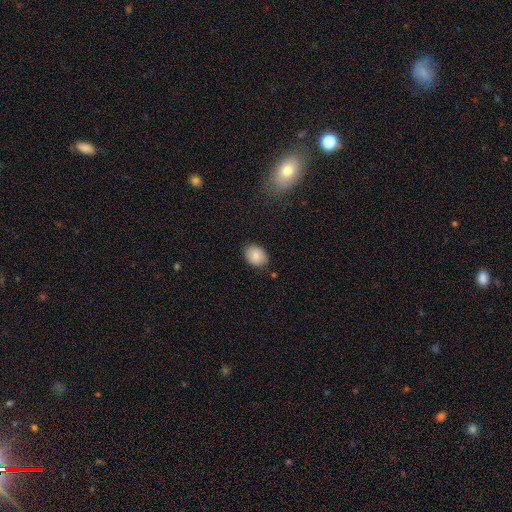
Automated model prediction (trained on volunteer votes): A smooth galaxy with no disk features (85%) that is in between round and cigar-shaped (70%).

Vote fractions:
- Smooth or featured? smooth: 85% / star or artifact: 8% / featured or disk: 7%
- How rounded? in between: 70% / round: 29% / cigar-shaped: 1%
- Merging? none: 82% / minor disturbance: 14% / major disturbance: 3% / merger: 2%